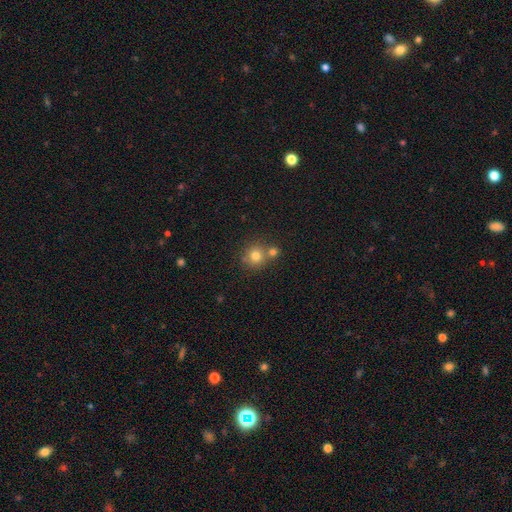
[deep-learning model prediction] This appears to be a smooth galaxy with no disk features (78%) that is round (90%). Merging: none (60%).